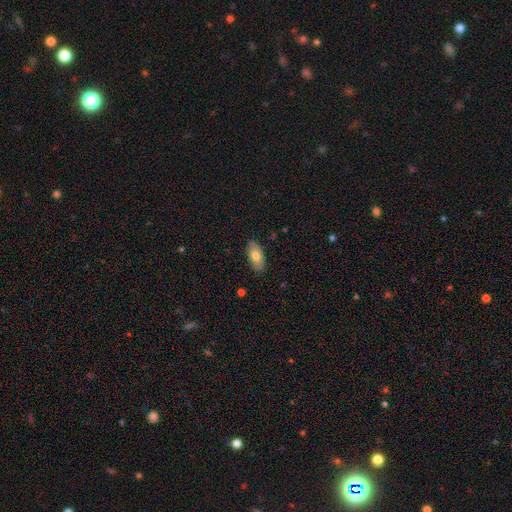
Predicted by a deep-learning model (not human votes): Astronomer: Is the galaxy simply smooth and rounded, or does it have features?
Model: smooth — 74%.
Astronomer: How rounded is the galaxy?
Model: in between — 91%.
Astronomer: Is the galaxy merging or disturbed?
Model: none — 87%.